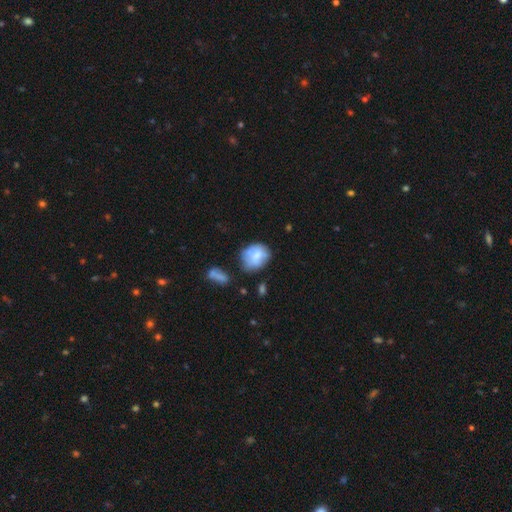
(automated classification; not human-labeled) This is likely a smooth galaxy (68%). How rounded: possibly round (52%). Merging: possibly none (47%).